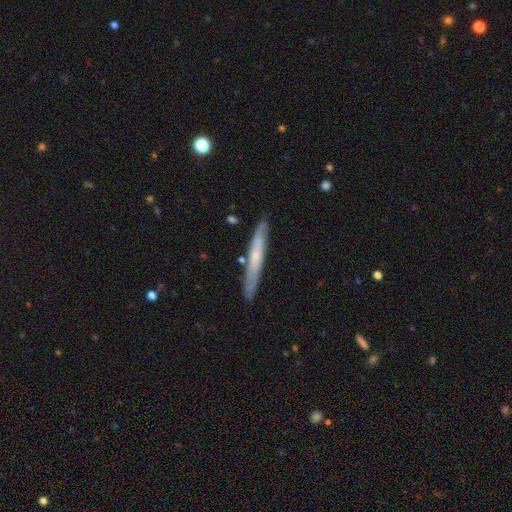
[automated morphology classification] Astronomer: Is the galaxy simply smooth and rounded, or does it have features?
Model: featured or disk — 54% (runner-up: smooth, 41%).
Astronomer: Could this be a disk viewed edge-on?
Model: yes — 77%.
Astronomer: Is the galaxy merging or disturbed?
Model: none — 82%.